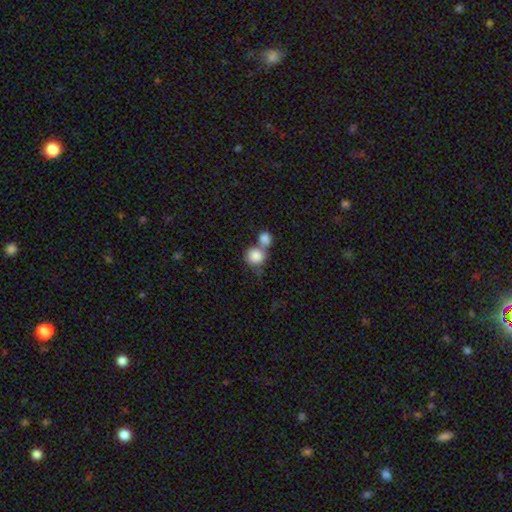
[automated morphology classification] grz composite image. It shows a smooth galaxy with no disk features (84%) that is round (83%). Merging: merger (58%).